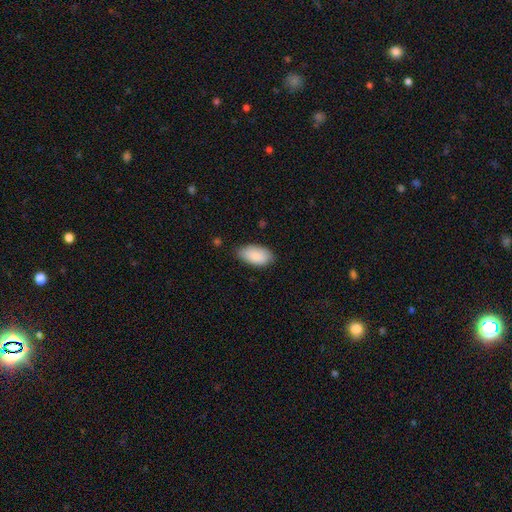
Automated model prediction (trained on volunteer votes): A smooth galaxy with no disk features (89%) that is in between round and cigar-shaped (95%). Merging: none (78%).